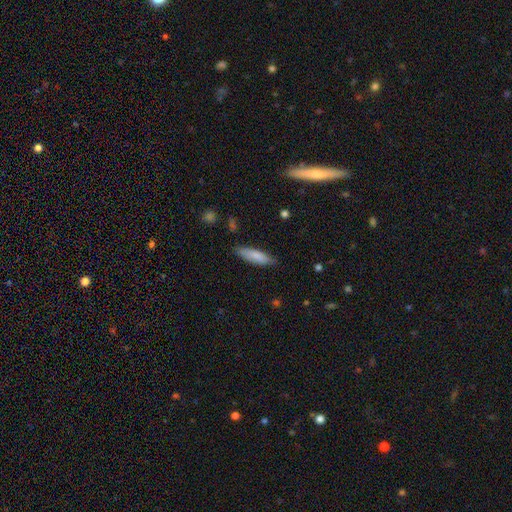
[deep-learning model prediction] A smooth galaxy with no disk features (82%) that is cigar-shaped (57%). Merging: none (80%).